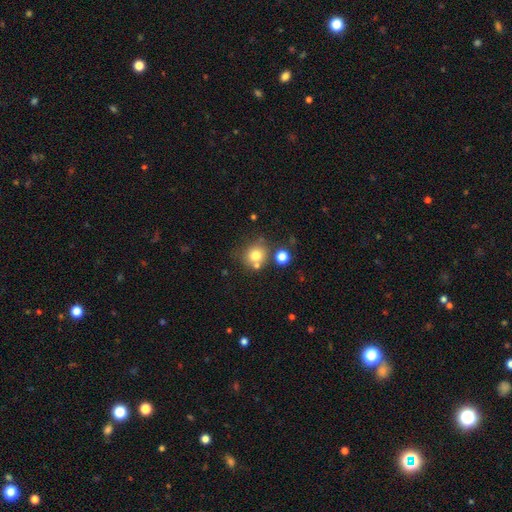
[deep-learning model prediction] smooth_or_featured: smooth (p=0.76) [alt: star or artifact p=0.13]
how_rounded: round (p=0.84) [alt: in between p=0.15]
merging: none (p=0.63) [alt: merger p=0.19]